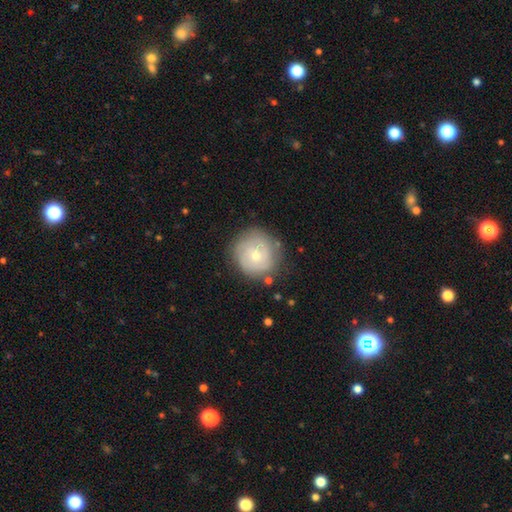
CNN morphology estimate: Overall: smooth (46%, tied with featured or disk). Merging: none (77%).